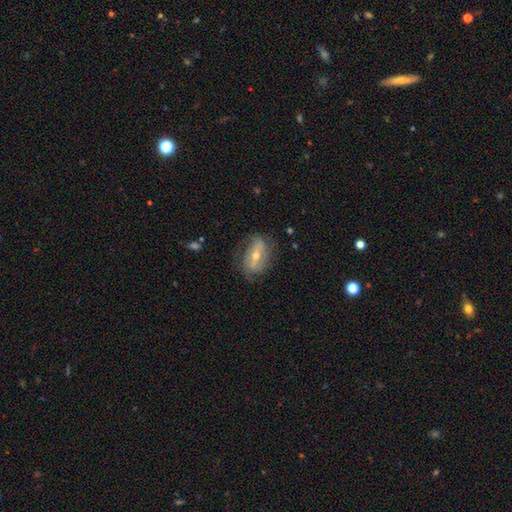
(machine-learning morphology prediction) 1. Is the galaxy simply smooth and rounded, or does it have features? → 73% featured or disk, 17% smooth, 9% star or artifact.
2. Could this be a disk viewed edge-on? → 90% no, 10% yes.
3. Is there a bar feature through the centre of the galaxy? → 43% strong, 34% weak, 22% no.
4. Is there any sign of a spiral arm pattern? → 79% yes, 21% no.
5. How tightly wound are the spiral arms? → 37% medium, 36% tight, 27% loose.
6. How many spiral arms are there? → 58% 2, 25% can't tell, 7% 3, 5% 1, 2% 4, 2% more than 4.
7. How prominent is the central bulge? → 54% moderate, 42% small, 2% large, 1% none, 1% dominant.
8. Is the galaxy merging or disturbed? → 71% none, 19% minor disturbance, 8% major disturbance, 1% merger.